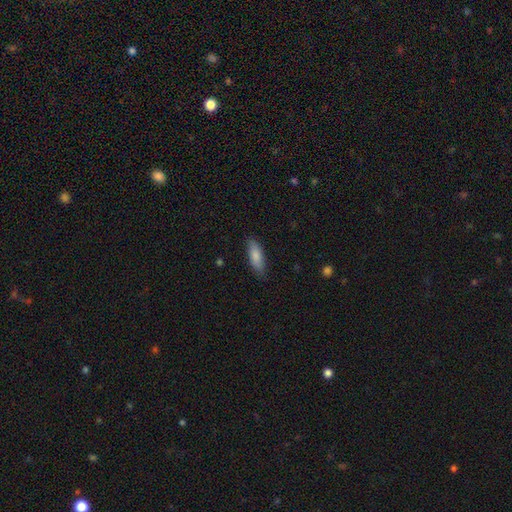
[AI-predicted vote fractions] smooth_or_featured: smooth (p=0.84) [alt: featured or disk p=0.10]
how_rounded: in between (p=0.60) [alt: cigar-shaped p=0.39]
merging: none (p=0.84) [alt: minor disturbance p=0.12]